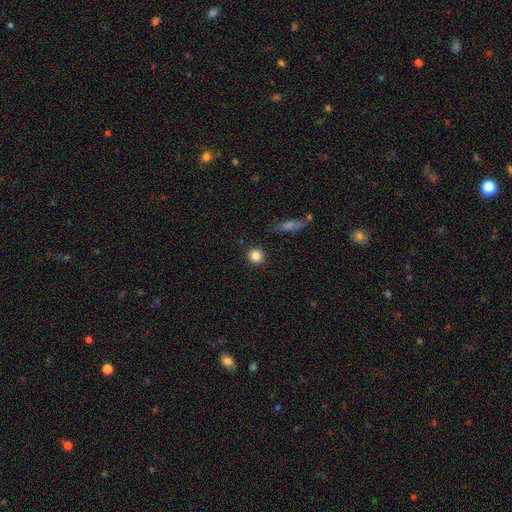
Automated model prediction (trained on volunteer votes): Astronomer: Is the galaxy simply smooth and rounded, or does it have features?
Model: smooth — 84%.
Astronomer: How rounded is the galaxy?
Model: round — 92%.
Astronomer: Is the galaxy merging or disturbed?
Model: none — 89%.